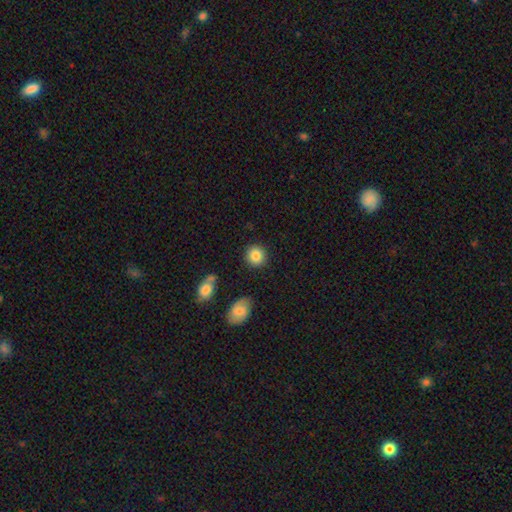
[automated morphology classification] Smooth or featured?
  - smooth: 86% *
  - star or artifact: 9%
  - featured or disk: 6%
How rounded?
  - round: 88% *
  - in between: 11%
  - cigar-shaped: 1%
Merging?
  - none: 89% *
  - minor disturbance: 7%
  - major disturbance: 2%
  - merger: 2%